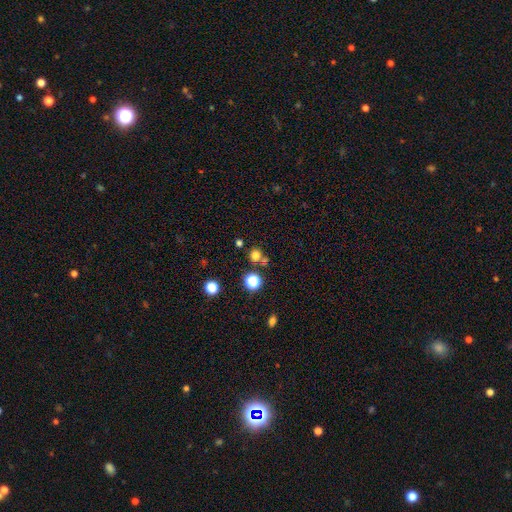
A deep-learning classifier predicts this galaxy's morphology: smooth-or-featured: smooth: 74% | star or artifact: 19% | featured or disk: 7%
  how-rounded: round: 89% | in between: 10% | cigar-shaped: 1%
  merging: none: 69% | merger: 21% | minor disturbance: 7% | major disturbance: 3%